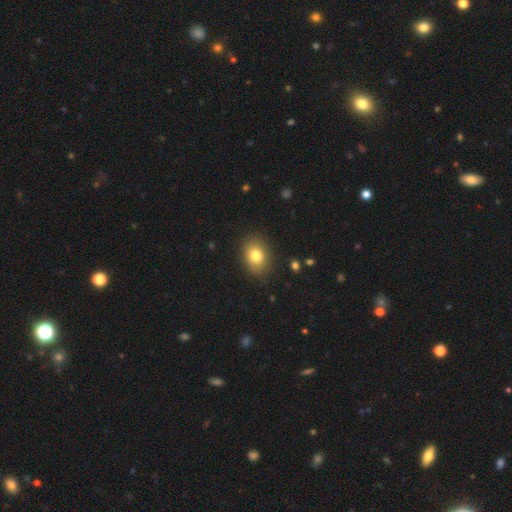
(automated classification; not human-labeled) Smooth or featured: smooth — 80% (featured or disk — 10%)
How rounded: in between — 66% (round — 33%)
Merging: none — 86% (minor disturbance — 10%)